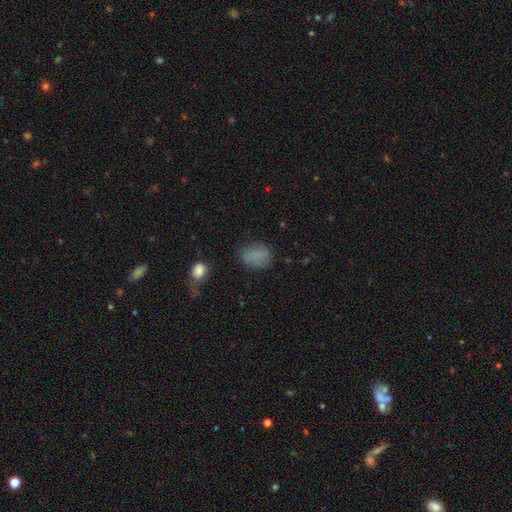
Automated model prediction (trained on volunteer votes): smooth_or_featured: smooth (p=0.81) [alt: star or artifact p=0.12]
how_rounded: in between (p=0.66) [alt: round p=0.32]
merging: none (p=0.70) [alt: minor disturbance p=0.20]